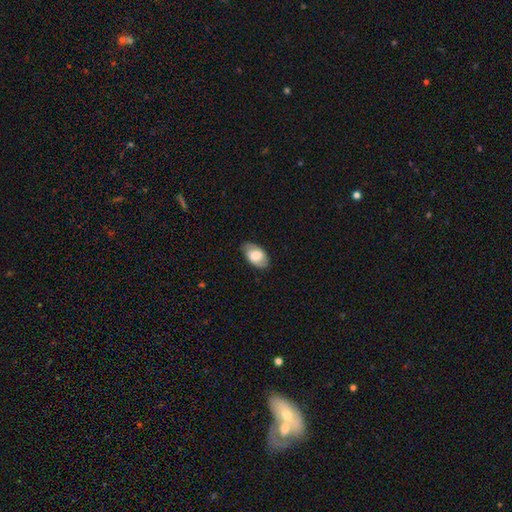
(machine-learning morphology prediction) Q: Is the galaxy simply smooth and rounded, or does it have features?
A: smooth — 63%.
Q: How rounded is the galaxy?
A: in between — 93%.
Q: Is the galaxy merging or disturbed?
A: none — 81%.